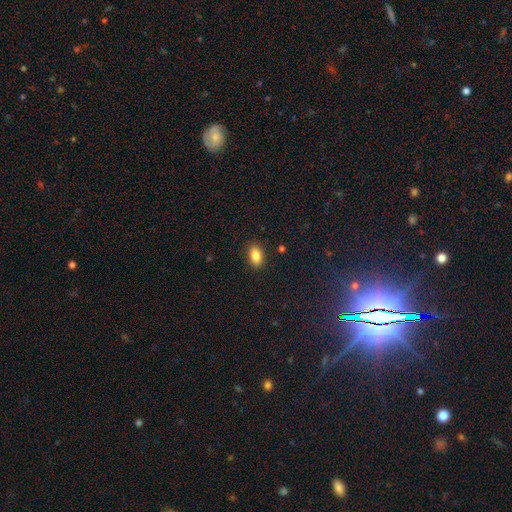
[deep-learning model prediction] The model was most divided on "smooth or featured": smooth: 86%, star or artifact: 9%, featured or disk: 5%. More confident: how rounded — in between (88%); merging — none (88%).